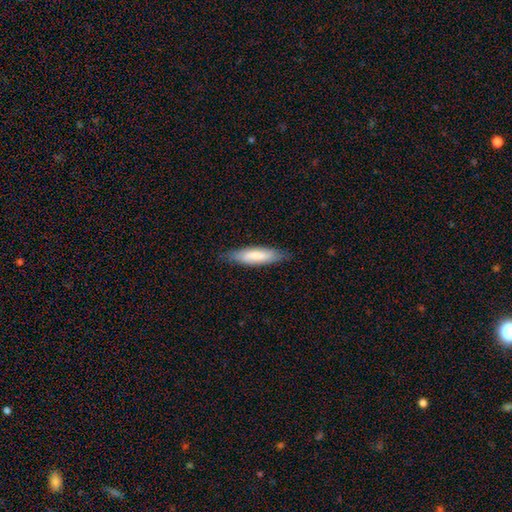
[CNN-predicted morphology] The model was most divided on "how rounded": cigar-shaped: 64%, in between: 35%, round: 1%. More confident: merging — none (80%); smooth or featured — smooth (75%).